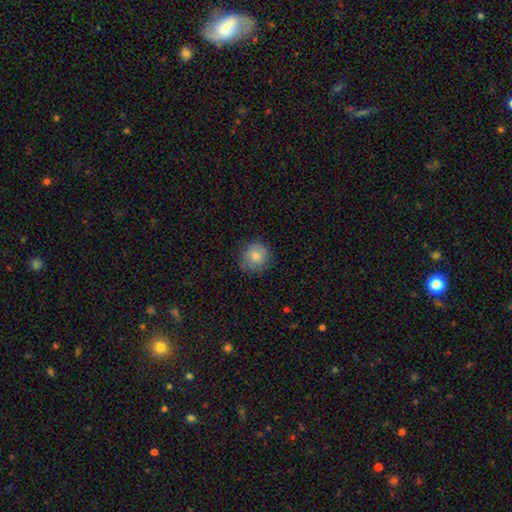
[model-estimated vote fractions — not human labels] Q: Smooth or featured?
A: smooth (81%); runner-up: featured or disk (11%)
Q: How rounded?
A: round (91%); runner-up: in between (8%)
Q: Merging?
A: none (79%); runner-up: minor disturbance (16%)